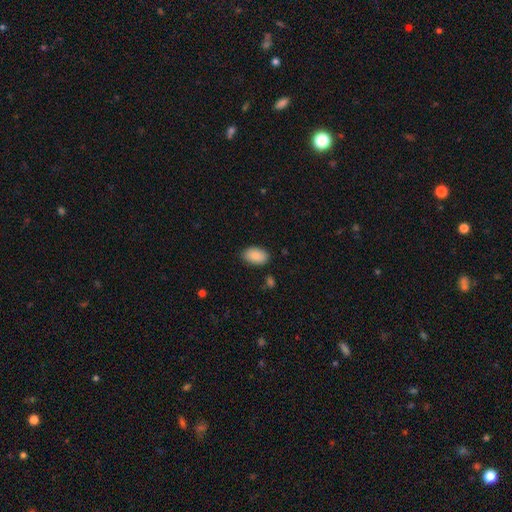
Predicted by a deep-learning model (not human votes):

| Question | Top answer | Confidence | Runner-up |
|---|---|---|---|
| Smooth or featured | smooth | 88% | star or artifact (7%) |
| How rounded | in between | 93% | round (6%) |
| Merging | none | 85% | minor disturbance (11%) |